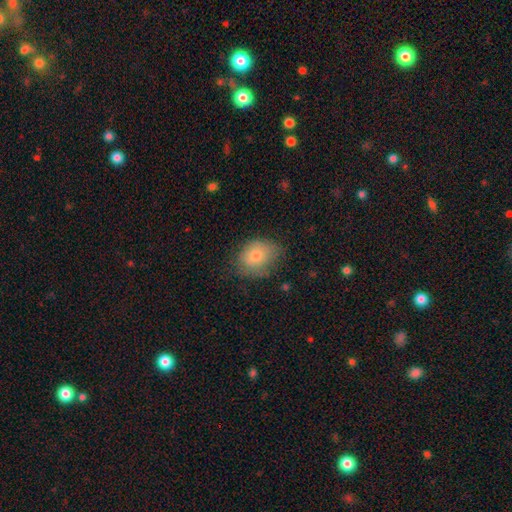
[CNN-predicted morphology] Smooth or featured? smooth (75%)
How rounded? in between (53%)
Merging? none (59%)